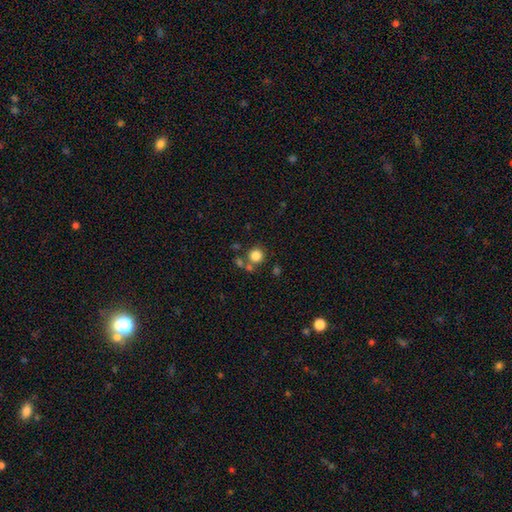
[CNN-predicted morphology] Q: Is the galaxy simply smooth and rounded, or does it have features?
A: smooth — 82%.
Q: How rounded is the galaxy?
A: round — 93%.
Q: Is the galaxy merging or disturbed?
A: none — 70%.